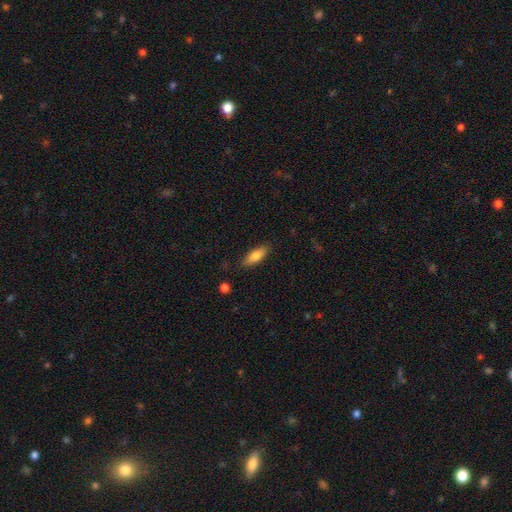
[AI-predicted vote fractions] Overall: smooth (78%). How rounded: in between (61%; cigar-shaped 37%). Merging: none (85%).